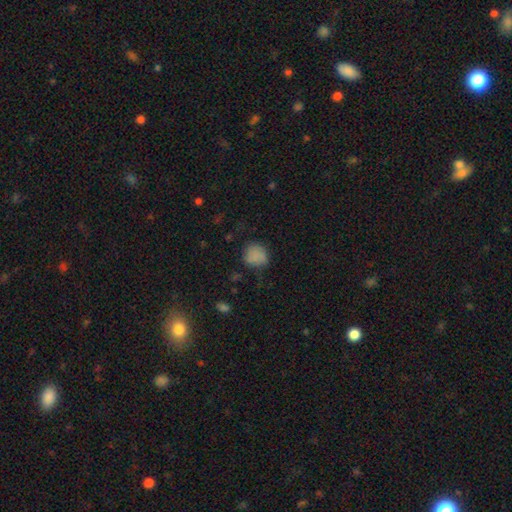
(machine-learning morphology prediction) Smooth or featured: smooth — 80% (star or artifact — 11%)
How rounded: round — 74% (in between — 25%)
Merging: none — 64% (minor disturbance — 26%)